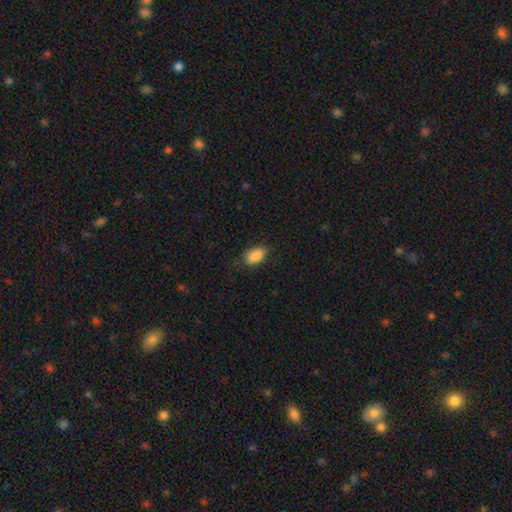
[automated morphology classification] Smooth or featured? smooth (87%)
How rounded? in between (91%)
Merging? none (79%)